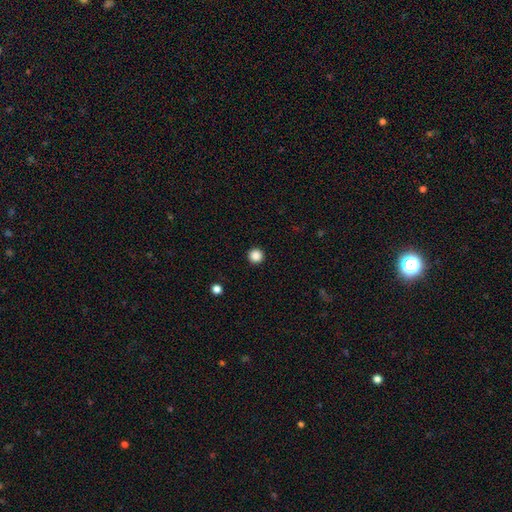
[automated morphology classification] A smooth galaxy with no disk features (87%) that is round (97%). Merging: none (94%).